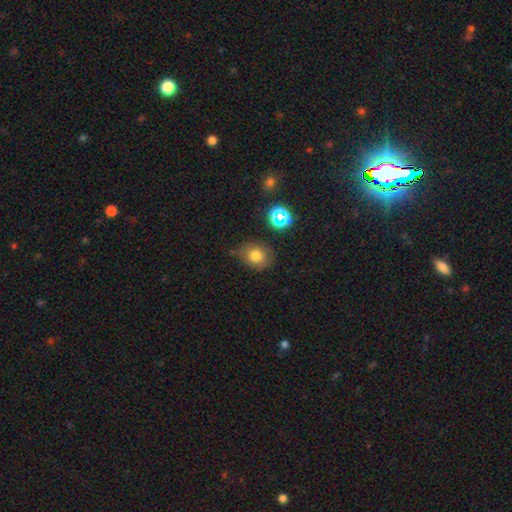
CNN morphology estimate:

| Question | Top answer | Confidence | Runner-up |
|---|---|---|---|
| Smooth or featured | smooth | 75% | star or artifact (15%) |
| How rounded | round | 54% | in between (45%) |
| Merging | none | 70% | minor disturbance (21%) |